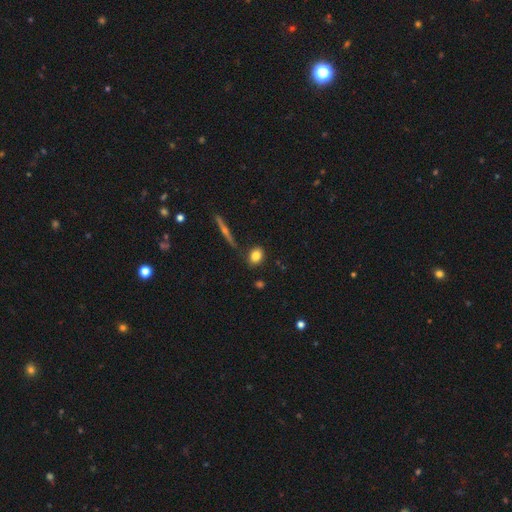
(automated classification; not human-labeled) Smooth or featured? Predicted: smooth (p=0.81). How rounded? Predicted: in between (p=0.55). Merging? Predicted: none (p=0.82).